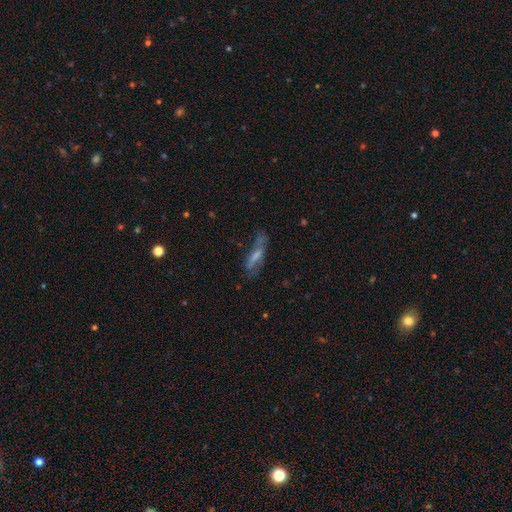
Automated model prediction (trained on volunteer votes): The model was most divided on "smooth or featured": featured or disk: 47%, smooth: 41%, star or artifact: 11%. Remaining: merging — none (49%).